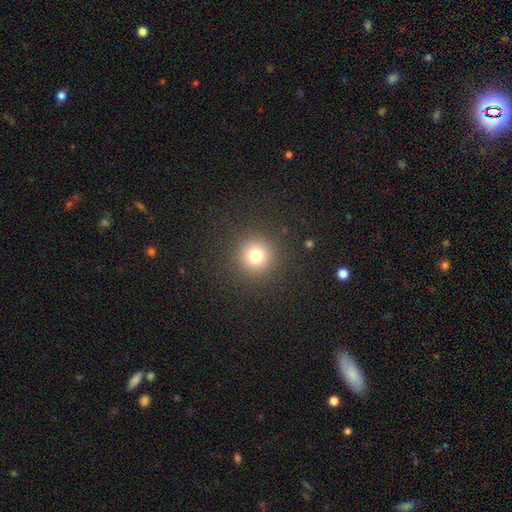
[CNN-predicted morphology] Smooth or featured: smooth — 76% (star or artifact — 16%)
How rounded: round — 95% (in between — 4%)
Merging: none — 90% (minor disturbance — 6%)